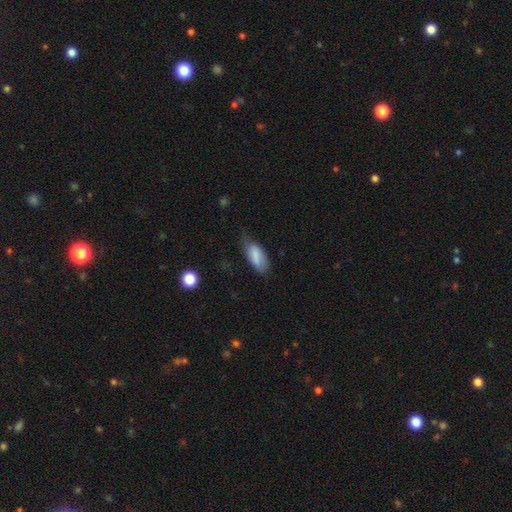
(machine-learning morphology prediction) smooth 80%, featured or disk 14%, star or artifact 7%. Down the decision tree: how rounded — in between (86%); merging — none (48%).